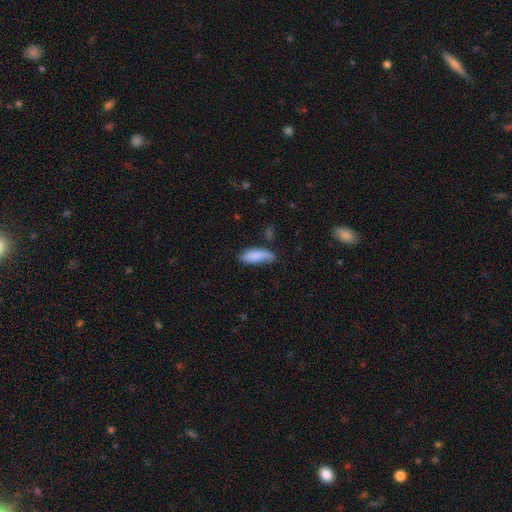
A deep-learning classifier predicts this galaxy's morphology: type=smooth (84%); roundness=in between (64%); merging=none (54%).